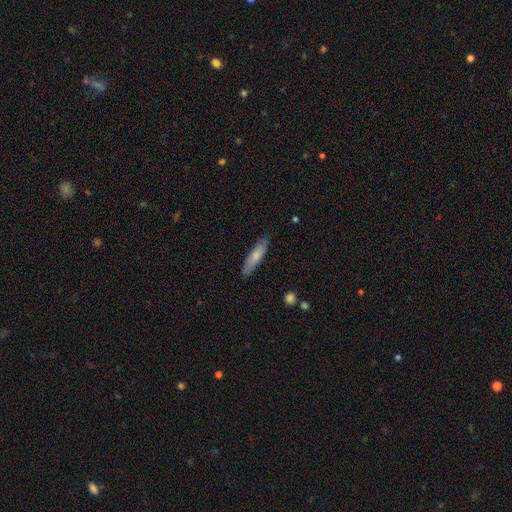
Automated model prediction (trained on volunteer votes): Q: Smooth or featured?
A: smooth (73%); runner-up: featured or disk (21%)
Q: How rounded?
A: cigar-shaped (73%); runner-up: in between (26%)
Q: Merging?
A: none (84%); runner-up: minor disturbance (12%)